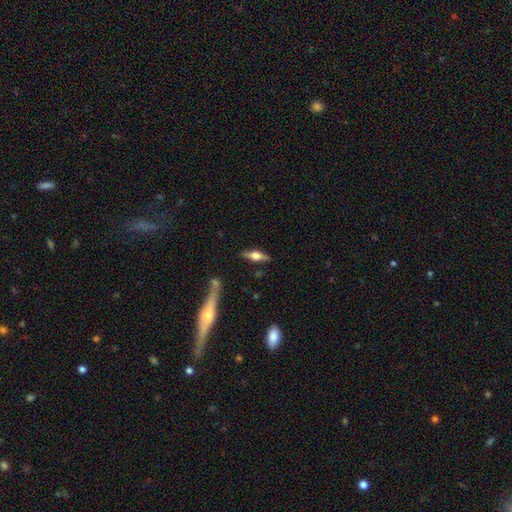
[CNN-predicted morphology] Smooth or featured?
  - featured or disk: 61% *
  - smooth: 33%
  - star or artifact: 7%
Edge-on disk?
  - yes: 94% *
  - no: 6%
Edge-on bulge?
  - rounded: 93% *
  - boxy: 5%
  - none: 2%
Merging?
  - none: 84% *
  - minor disturbance: 10%
  - merger: 4%
  - major disturbance: 3%